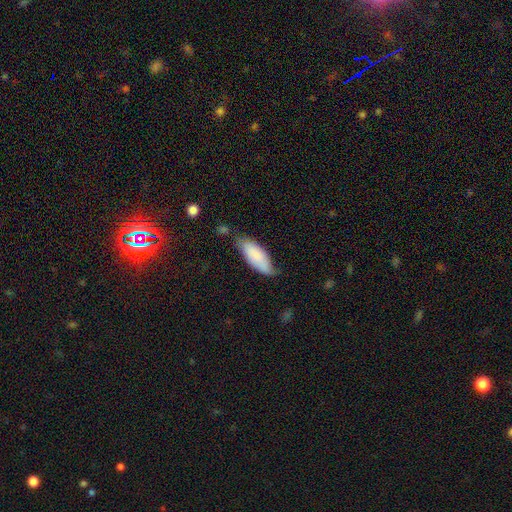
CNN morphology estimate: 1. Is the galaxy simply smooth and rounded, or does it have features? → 80% smooth, 14% featured or disk, 6% star or artifact.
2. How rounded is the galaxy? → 76% in between, 22% cigar-shaped, 2% round.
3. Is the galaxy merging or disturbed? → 53% none, 36% minor disturbance, 7% major disturbance, 4% merger.